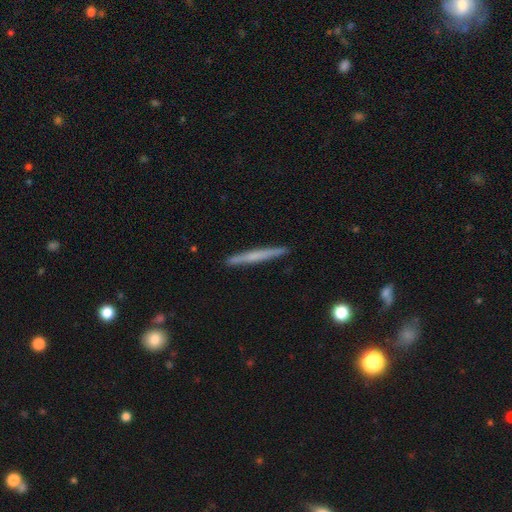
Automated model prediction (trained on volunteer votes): smooth_or_featured: smooth (p=0.49) [alt: featured or disk p=0.46]
merging: none (p=0.91) [alt: minor disturbance p=0.07]